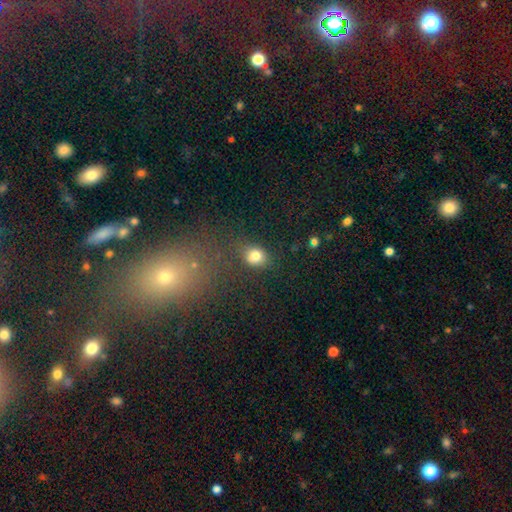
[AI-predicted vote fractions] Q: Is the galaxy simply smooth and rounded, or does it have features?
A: smooth — 80%.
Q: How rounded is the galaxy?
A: round — 62%.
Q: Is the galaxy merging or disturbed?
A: none — 72%.